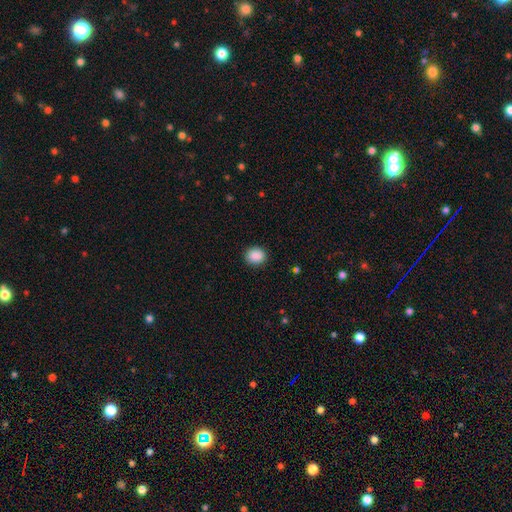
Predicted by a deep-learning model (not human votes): Smooth or featured?
  - smooth: 89% *
  - star or artifact: 8%
  - featured or disk: 2%
How rounded?
  - round: 63% *
  - in between: 36%
  - cigar-shaped: 1%
Merging?
  - none: 89% *
  - minor disturbance: 8%
  - major disturbance: 2%
  - merger: 1%